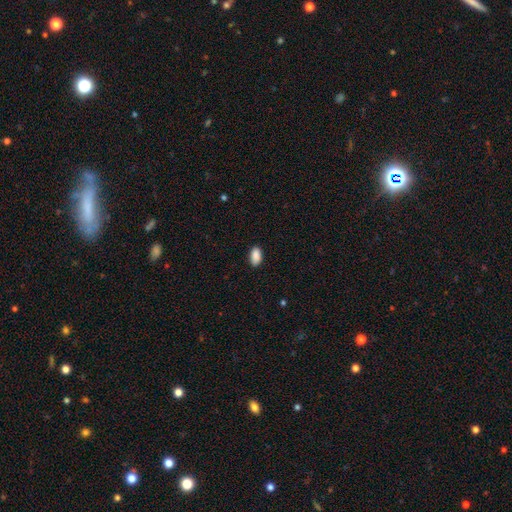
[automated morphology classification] A smooth galaxy with no disk features (90%) that is in between round and cigar-shaped (93%). Merging: none (87%).